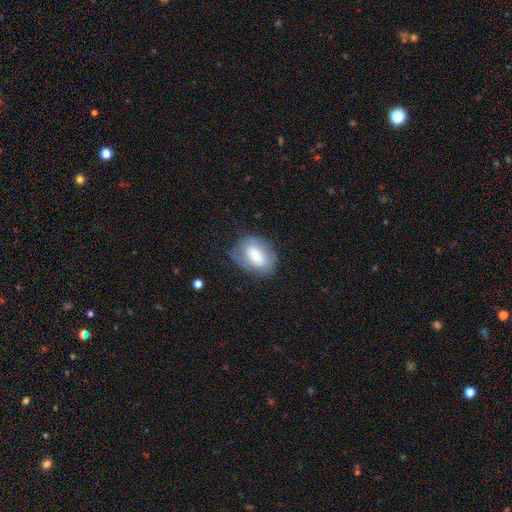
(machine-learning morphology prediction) smooth-or-featured: smooth: 61% | featured or disk: 31% | star or artifact: 8%
  how-rounded: in between: 83% | round: 16% | cigar-shaped: 2%
  merging: none: 64% | minor disturbance: 23% | major disturbance: 11% | merger: 2%